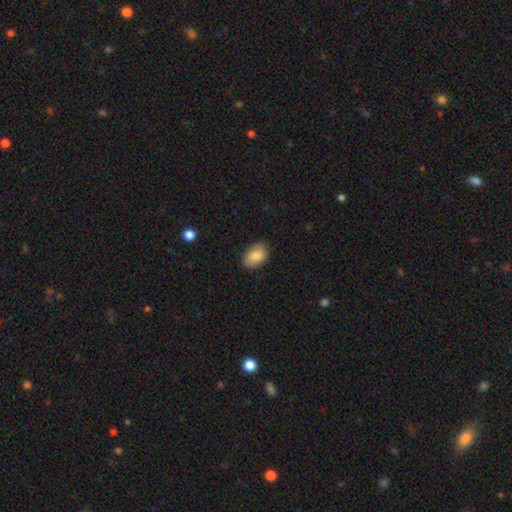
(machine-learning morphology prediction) A smooth galaxy with no disk features (83%) that is in between round and cigar-shaped (86%).

Vote fractions:
- Smooth or featured? smooth: 83% / featured or disk: 10% / star or artifact: 7%
- How rounded? in between: 86% / round: 13% / cigar-shaped: 1%
- Merging? none: 81% / minor disturbance: 15% / major disturbance: 2% / merger: 1%